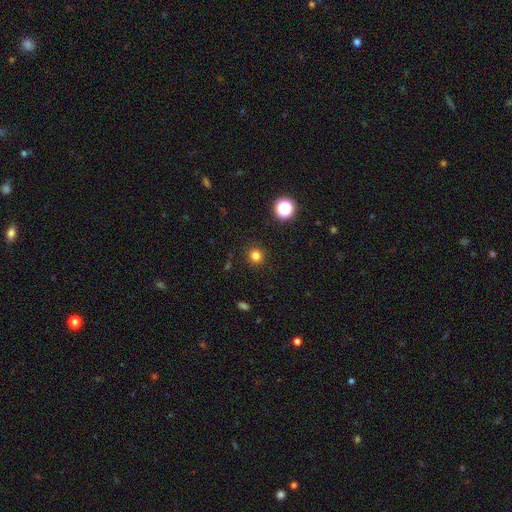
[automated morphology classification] smooth-or-featured: smooth: 80% | star or artifact: 15% | featured or disk: 5%
  how-rounded: round: 93% | in between: 6% | cigar-shaped: 1%
  merging: none: 91% | minor disturbance: 6% | major disturbance: 2% | merger: 1%